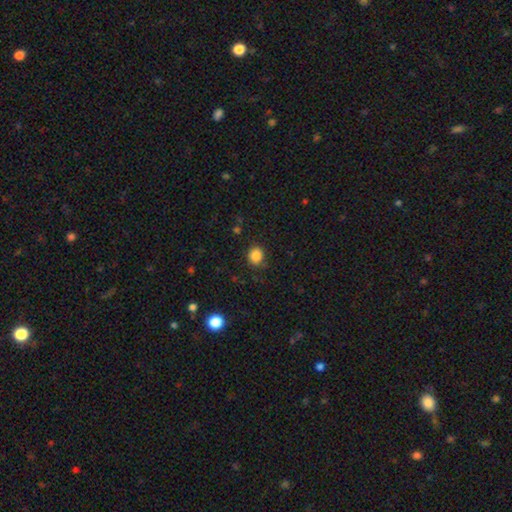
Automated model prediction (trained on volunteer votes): Overall: smooth (85%). How rounded: round (71%). Merging: none (84%).